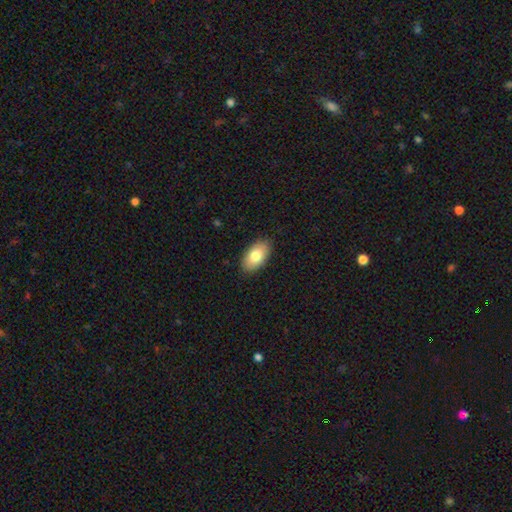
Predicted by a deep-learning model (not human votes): A smooth galaxy with no disk features (79%) that is in between round and cigar-shaped (94%).

Vote fractions:
- Smooth or featured? smooth: 79% / featured or disk: 15% / star or artifact: 7%
- How rounded? in between: 94% / round: 4% / cigar-shaped: 2%
- Merging? none: 88% / minor disturbance: 9% / major disturbance: 2% / merger: 1%